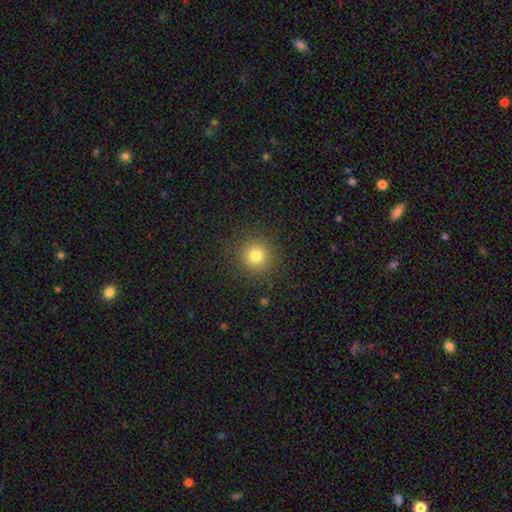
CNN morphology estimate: A smooth galaxy with no disk features (79%) that is round (94%). Merging: none (90%).